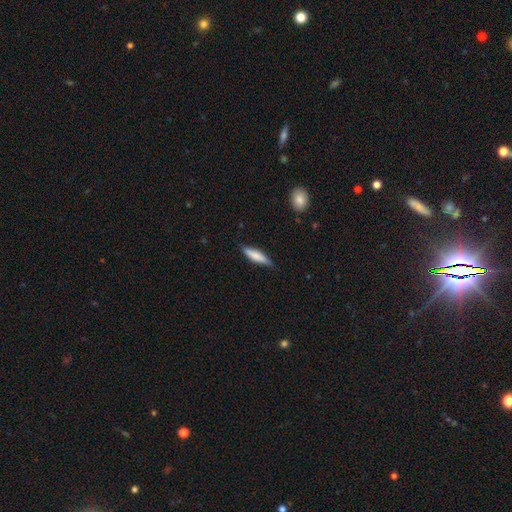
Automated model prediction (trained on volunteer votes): Smooth or featured? Predicted: smooth (p=0.71). How rounded? Predicted: cigar-shaped (p=0.77). Merging? Predicted: none (p=0.79).